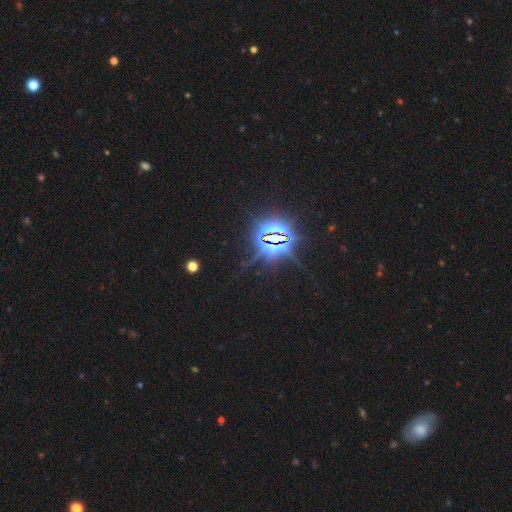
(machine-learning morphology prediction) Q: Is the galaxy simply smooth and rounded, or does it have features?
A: star or artifact — 87%.